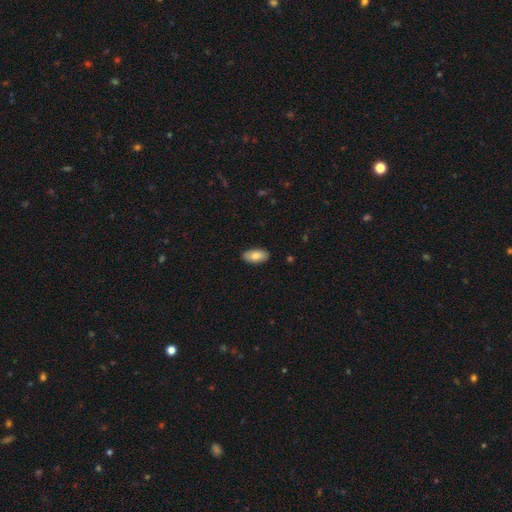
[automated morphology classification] This is clearly a smooth galaxy (83%). How rounded: clearly in between (92%). Merging: clearly none (89%).